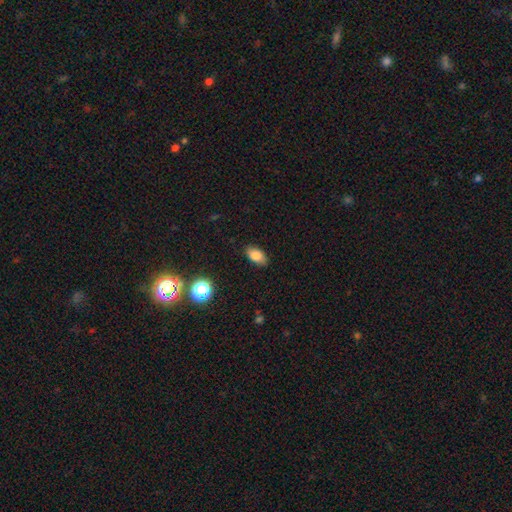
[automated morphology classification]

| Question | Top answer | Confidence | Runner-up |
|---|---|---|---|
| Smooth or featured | smooth | 82% | star or artifact (10%) |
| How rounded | in between | 90% | round (7%) |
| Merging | none | 87% | minor disturbance (10%) |